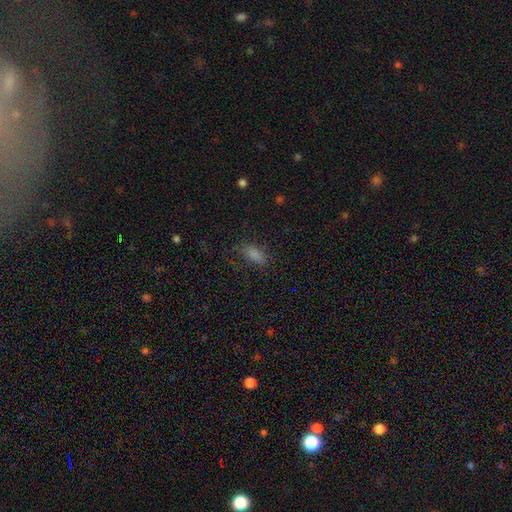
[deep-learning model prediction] Smooth or featured? smooth (77%)
How rounded? in between (75%)
Merging? none (71%)